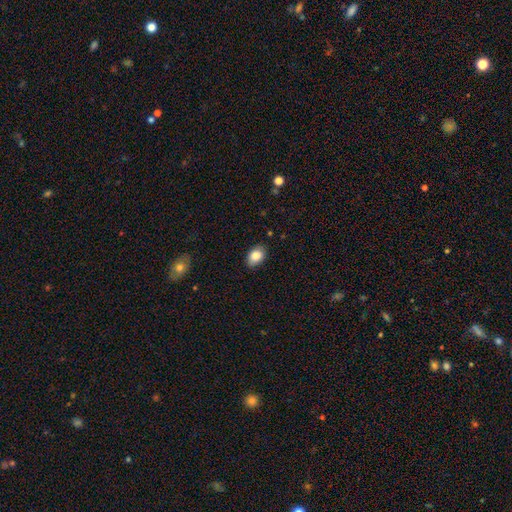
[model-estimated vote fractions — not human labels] This is clearly a smooth galaxy (84%). How rounded: clearly in between (84%). Merging: clearly none (86%).